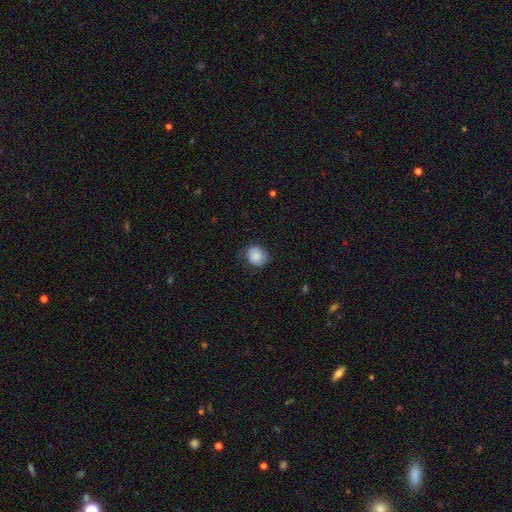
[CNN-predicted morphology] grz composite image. It shows a smooth galaxy with no disk features (81%) that is round (67%). Merging: none (68%).